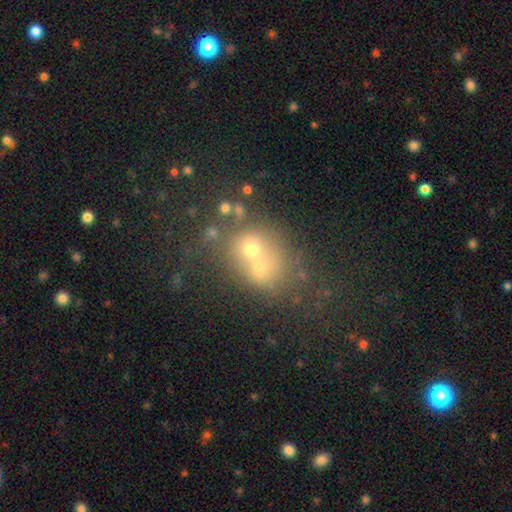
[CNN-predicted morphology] A smooth galaxy with no disk features (49%). Merging: merger (55%).